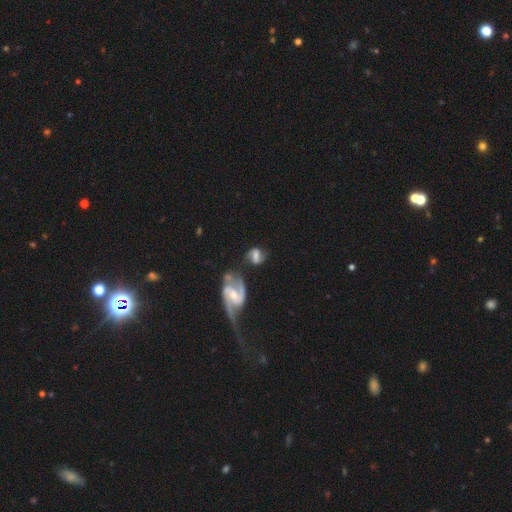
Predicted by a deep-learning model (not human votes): A featured or disk galaxy (62%) with a weak bar (51%), 2 (86%) medium (45%) spiral arms (89%) and a small central bulge (39%).

Vote fractions:
- Smooth or featured? featured or disk: 62% / smooth: 29% / star or artifact: 8%
- Edge-on disk? no: 96% / yes: 4%
- Bar? weak: 51% / strong: 25% / no: 24%
- Spiral arms? yes: 89% / no: 11%
- Spiral winding? medium: 45% / loose: 40% / tight: 15%
- Spiral arm count? 2: 86% / can't tell: 6% / 1: 5% / 3: 2% / 4: 1% / more than 4: 1%
- Bulge size? small: 39% / moderate: 38% / none: 13% / large: 8% / dominant: 2%
- Merging? none: 51% / minor disturbance: 19% / merger: 18% / major disturbance: 11%